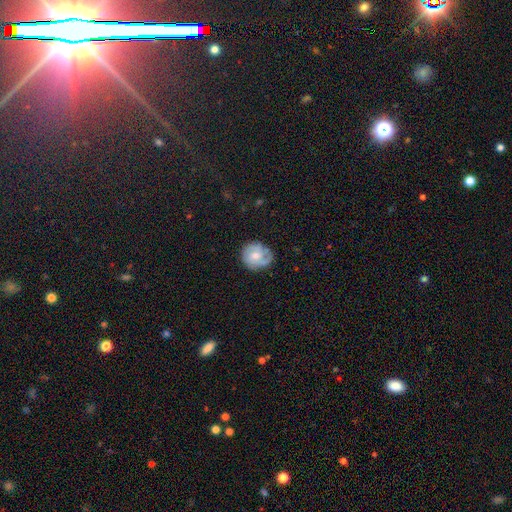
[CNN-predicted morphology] A featured or disk galaxy (68%) with no bar (66%), 2 (47%) tight (54%) spiral arms (90%) and a moderate central bulge (62%).

Vote fractions:
- Smooth or featured? featured or disk: 68% / smooth: 26% / star or artifact: 6%
- Edge-on disk? no: 98% / yes: 2%
- Bar? no: 66% / weak: 30% / strong: 5%
- Spiral arms? yes: 90% / no: 10%
- Spiral winding? tight: 54% / medium: 35% / loose: 11%
- Spiral arm count? 2: 47% / can't tell: 21% / 3: 16% / 1: 11% / 4: 3% / more than 4: 3%
- Bulge size? moderate: 62% / small: 30% / large: 4% / none: 2% / dominant: 1%
- Merging? none: 71% / minor disturbance: 21% / major disturbance: 7% / merger: 1%